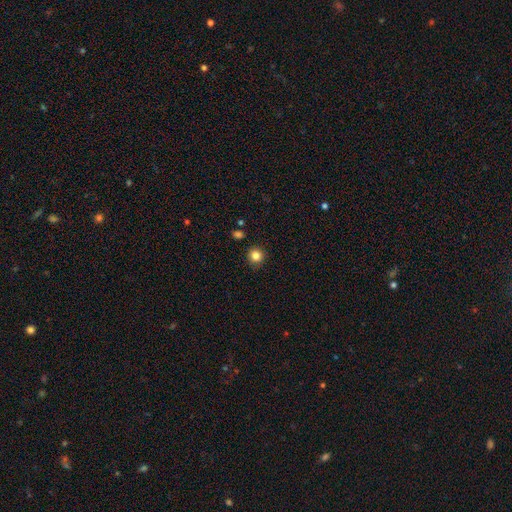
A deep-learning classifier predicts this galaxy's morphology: Q: Smooth or featured?
A: smooth (84%); runner-up: star or artifact (11%)
Q: How rounded?
A: round (92%); runner-up: in between (7%)
Q: Merging?
A: none (91%); runner-up: minor disturbance (6%)